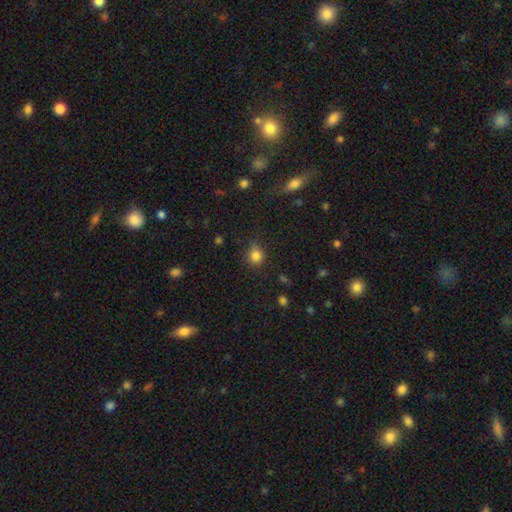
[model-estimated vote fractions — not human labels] smooth-or-featured: smooth: 82% | star or artifact: 12% | featured or disk: 6%
  how-rounded: round: 77% | in between: 22% | cigar-shaped: 1%
  merging: none: 72% | minor disturbance: 21% | major disturbance: 5% | merger: 2%